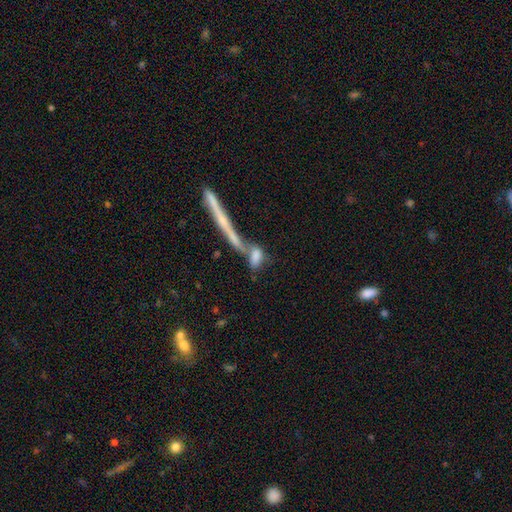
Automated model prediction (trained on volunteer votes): Smooth or featured: smooth — 65% (featured or disk — 25%)
How rounded: in between — 53% (cigar-shaped — 37%)
Merging: merger — 48% (none — 33%)